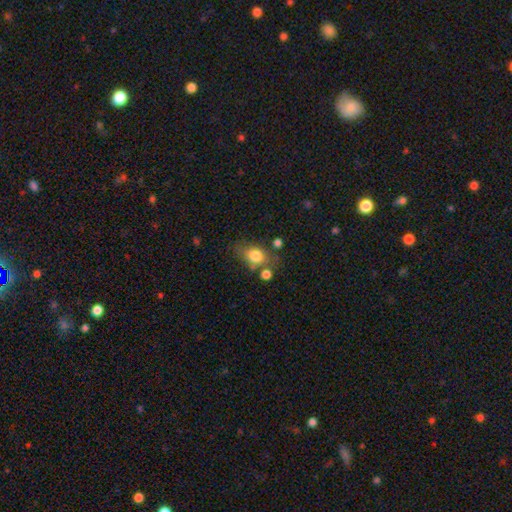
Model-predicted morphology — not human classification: type=smooth (79%); roundness=in between (66%); merging=none (59%).